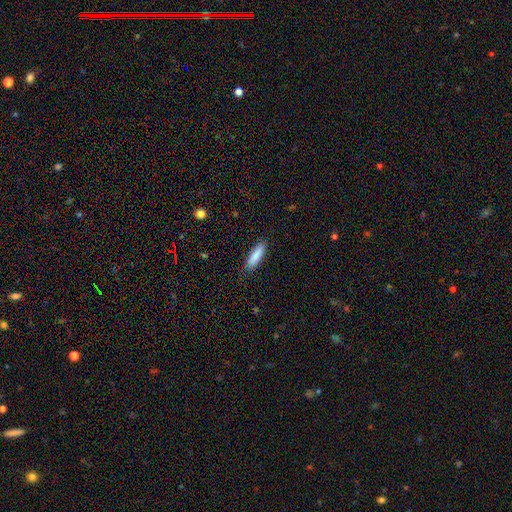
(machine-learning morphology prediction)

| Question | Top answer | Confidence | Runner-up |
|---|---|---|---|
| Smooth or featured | smooth | 87% | featured or disk (7%) |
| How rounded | cigar-shaped | 65% | in between (33%) |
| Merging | none | 84% | minor disturbance (12%) |